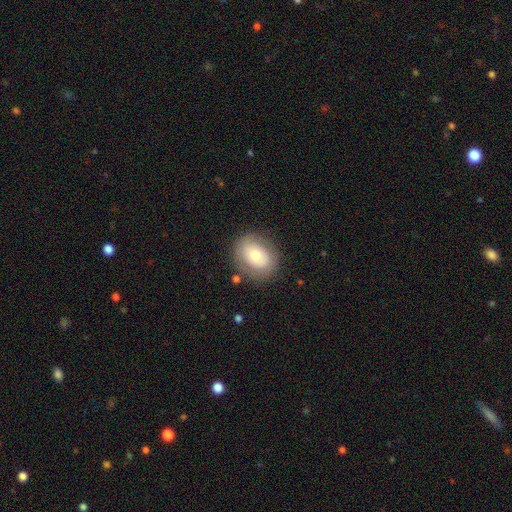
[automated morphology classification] smooth-or-featured: smooth: 62% | featured or disk: 30% | star or artifact: 8%
  how-rounded: round: 50% | in between: 49% | cigar-shaped: 1%
  merging: none: 80% | minor disturbance: 13% | major disturbance: 5% | merger: 2%